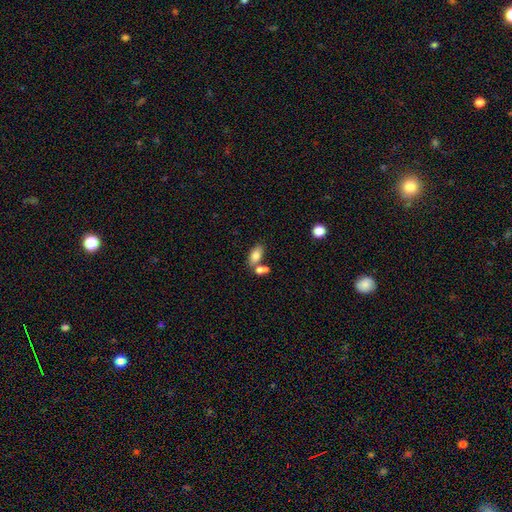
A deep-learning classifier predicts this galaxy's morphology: smooth_or_featured: smooth (p=0.81) [alt: featured or disk p=0.11]
how_rounded: in between (p=0.90) [alt: round p=0.06]
merging: none (p=0.51) [alt: merger p=0.33]